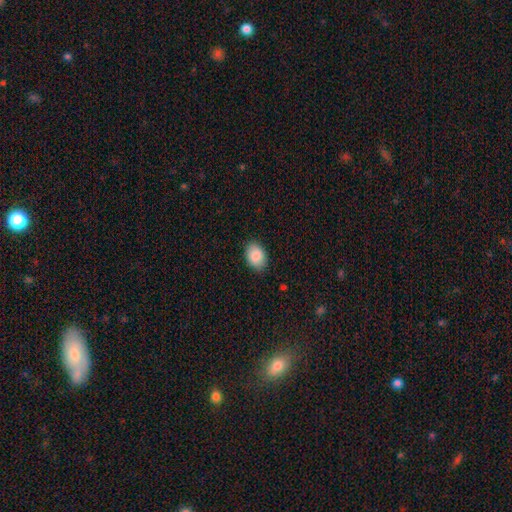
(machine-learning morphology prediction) Smooth or featured? Predicted: smooth (p=0.88). How rounded? Predicted: in between (p=0.80). Merging? Predicted: none (p=0.87).